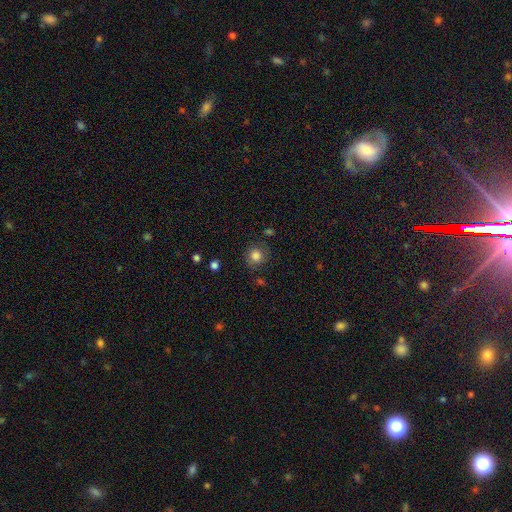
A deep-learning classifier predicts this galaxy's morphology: A smooth galaxy with no disk features (80%) that is round (88%). Merging: none (78%).